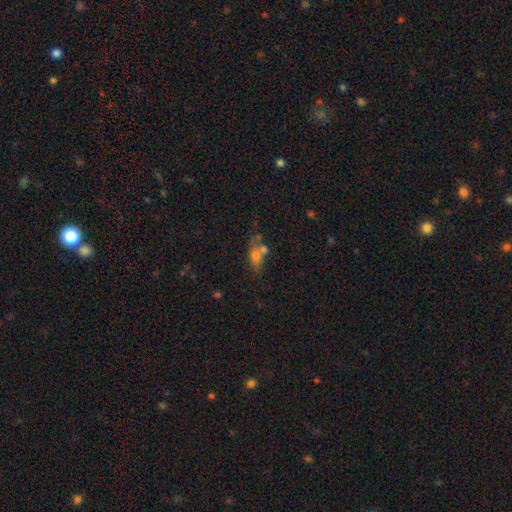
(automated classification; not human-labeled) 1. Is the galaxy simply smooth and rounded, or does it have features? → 65% smooth, 19% featured or disk, 15% star or artifact.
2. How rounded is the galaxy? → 75% in between, 18% round, 7% cigar-shaped.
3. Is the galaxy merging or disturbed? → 38% merger, 36% none, 15% minor disturbance, 10% major disturbance.